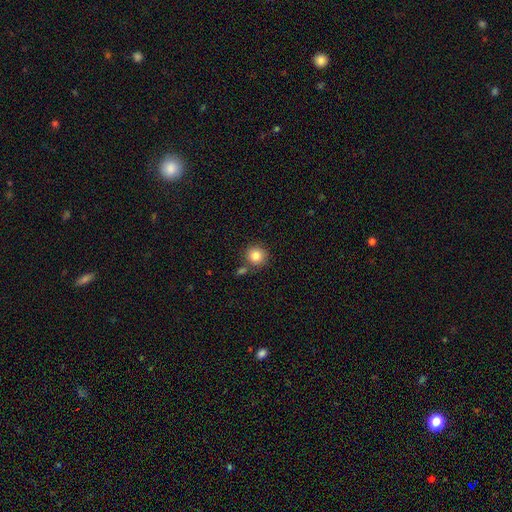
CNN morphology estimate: Smooth or featured?
  - smooth: 84% *
  - star or artifact: 10%
  - featured or disk: 6%
How rounded?
  - round: 90% *
  - in between: 9%
  - cigar-shaped: 1%
Merging?
  - none: 74% *
  - merger: 13%
  - minor disturbance: 10%
  - major disturbance: 3%